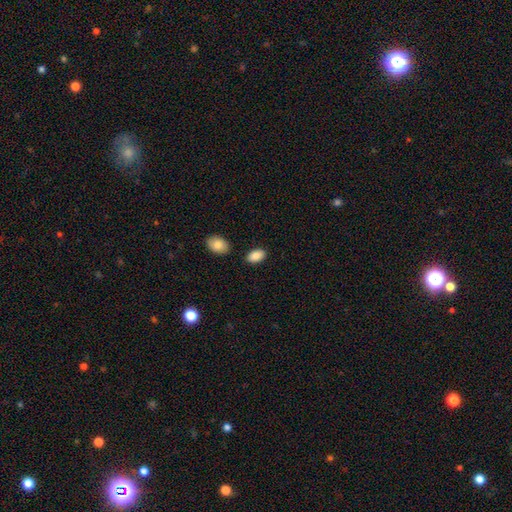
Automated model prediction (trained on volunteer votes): This appears to be a smooth galaxy with no disk features (87%) that is in between round and cigar-shaped (92%). Merging: none (84%).